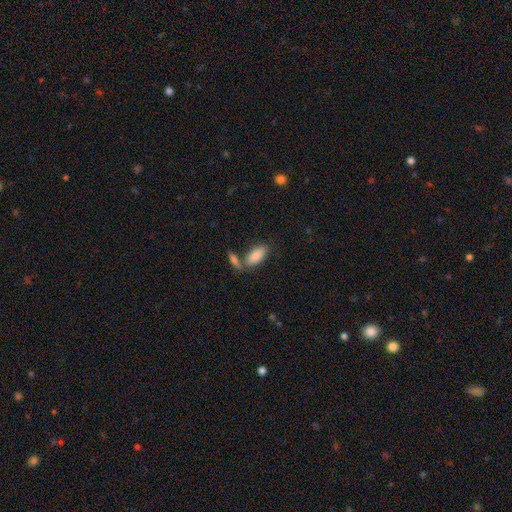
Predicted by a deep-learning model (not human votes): This is clearly a smooth galaxy (86%). How rounded: clearly in between (88%). Merging: possibly none (55%).